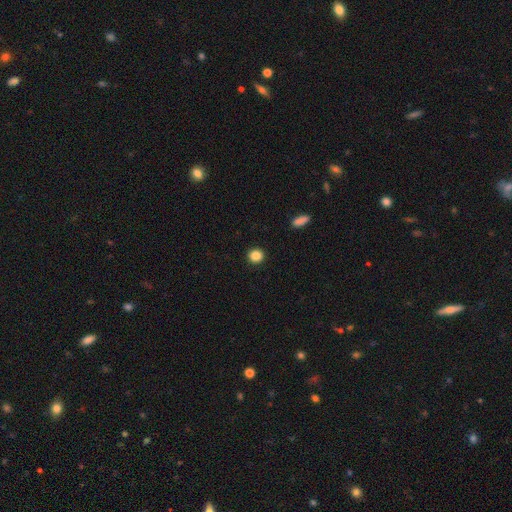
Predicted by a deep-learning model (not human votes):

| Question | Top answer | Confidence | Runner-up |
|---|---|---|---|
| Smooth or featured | smooth | 86% | star or artifact (10%) |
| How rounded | round | 90% | in between (9%) |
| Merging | none | 93% | minor disturbance (4%) |